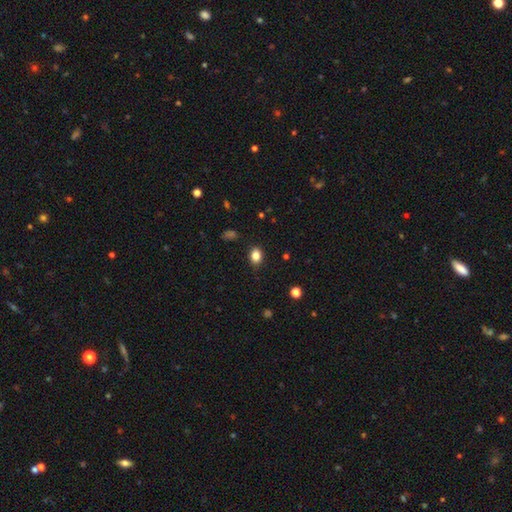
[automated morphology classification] smooth-or-featured: smooth: 84% | star or artifact: 10% | featured or disk: 5%
  how-rounded: in between: 66% | round: 32% | cigar-shaped: 1%
  merging: none: 87% | minor disturbance: 9% | major disturbance: 2% | merger: 1%